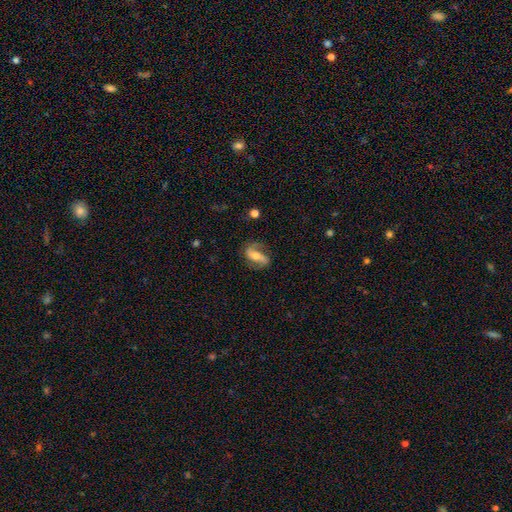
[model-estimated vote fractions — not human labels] Overall: featured or disk (76%). Edge-on disk: no (94%). Bar: strong (43%; no 29%). Spiral arms: yes (92%). Spiral arm count: 2 (87%). Spiral winding: loose (46%; medium 37%). Bulge size: moderate (55%; small 37%). Merging: none (71%).